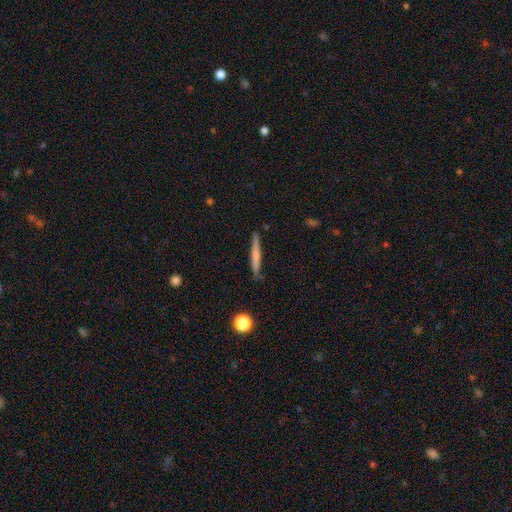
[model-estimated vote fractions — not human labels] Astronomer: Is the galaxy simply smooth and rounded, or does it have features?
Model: smooth — 58% (runner-up: featured or disk, 35%).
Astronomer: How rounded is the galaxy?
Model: cigar-shaped — 96%.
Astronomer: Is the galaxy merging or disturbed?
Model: none — 87%.